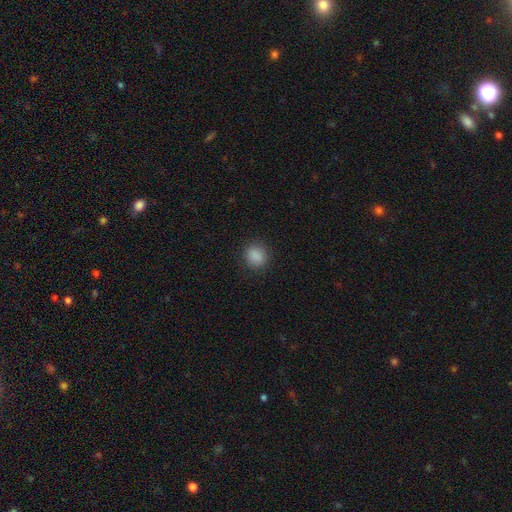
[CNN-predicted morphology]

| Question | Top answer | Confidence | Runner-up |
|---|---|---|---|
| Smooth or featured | smooth | 88% | star or artifact (9%) |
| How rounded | round | 77% | in between (22%) |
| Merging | none | 89% | minor disturbance (8%) |